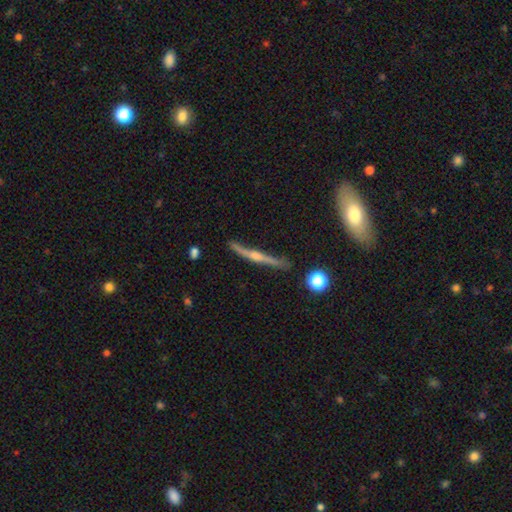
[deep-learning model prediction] This is likely a featured or disk galaxy (71%). It is clearly viewed edge-on (93%). Edge-on bulge: clearly rounded (83%). Merging: clearly none (82%).